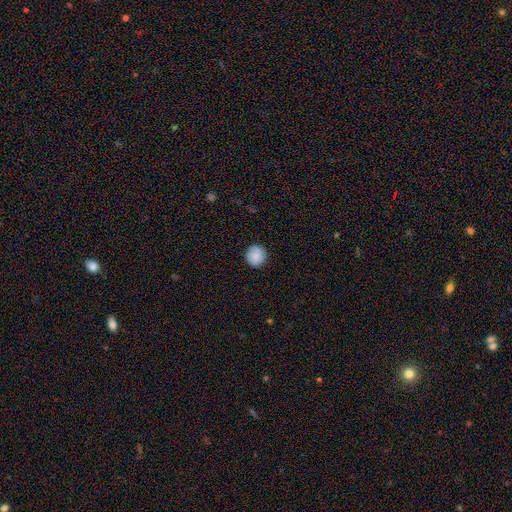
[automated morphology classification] Overall: smooth (85%). How rounded: round (91%). Merging: none (89%).